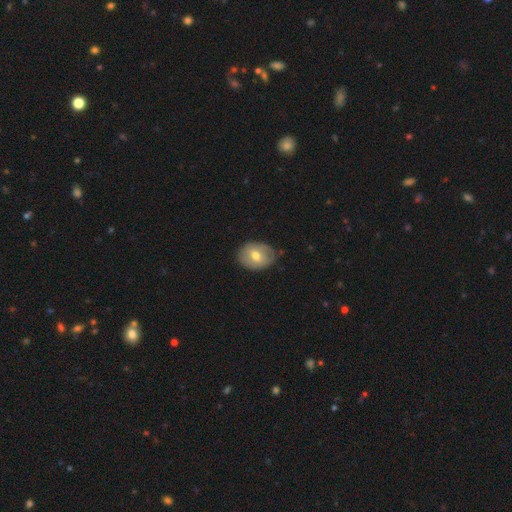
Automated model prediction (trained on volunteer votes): Q: Smooth or featured?
A: smooth (59%); runner-up: featured or disk (34%)
Q: How rounded?
A: in between (60%); runner-up: round (39%)
Q: Merging?
A: none (72%); runner-up: minor disturbance (23%)